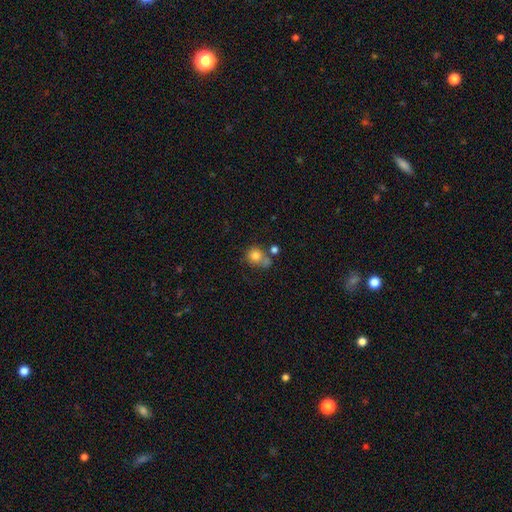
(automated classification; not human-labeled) smooth_or_featured: smooth (p=0.79) [alt: featured or disk p=0.11]
how_rounded: round (p=0.78) [alt: in between p=0.21]
merging: none (p=0.46) [alt: merger p=0.29]